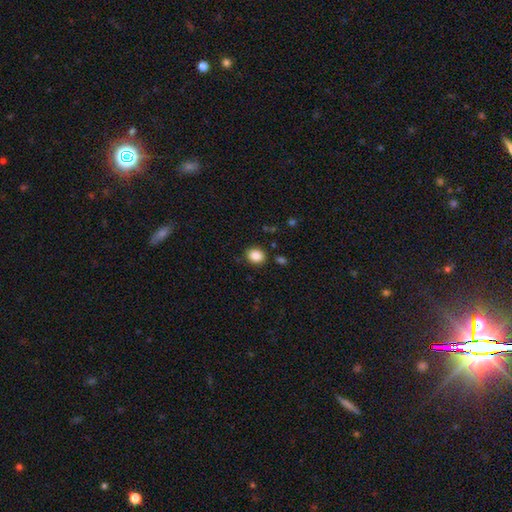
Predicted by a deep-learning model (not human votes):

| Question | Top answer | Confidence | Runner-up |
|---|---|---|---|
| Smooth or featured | smooth | 87% | star or artifact (9%) |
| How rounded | round | 59% | in between (40%) |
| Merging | none | 87% | minor disturbance (8%) |